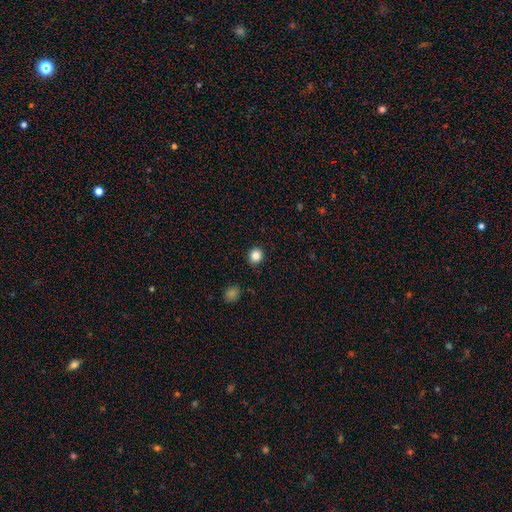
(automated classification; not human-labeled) This appears to be a smooth galaxy with no disk features (84%) that is round (81%). Merging: none (90%).